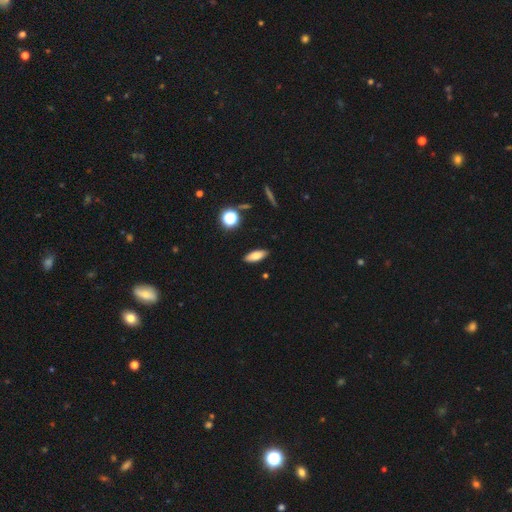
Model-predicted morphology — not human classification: smooth 77%, featured or disk 14%, star or artifact 10%. Down the decision tree: how rounded — in between (73%); merging — none (89%).